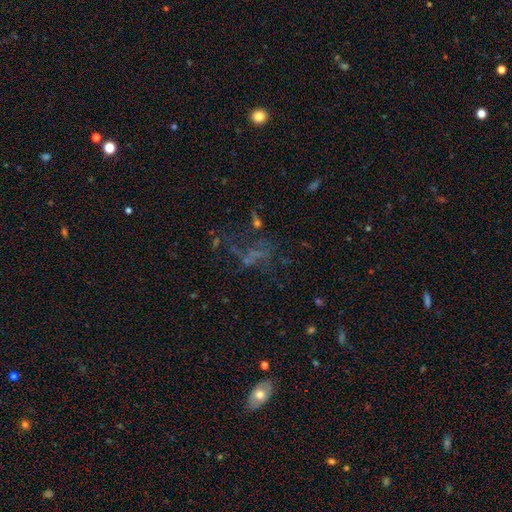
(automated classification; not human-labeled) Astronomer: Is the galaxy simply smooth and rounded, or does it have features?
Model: star or artifact — 41% (runner-up: featured or disk, 35%).